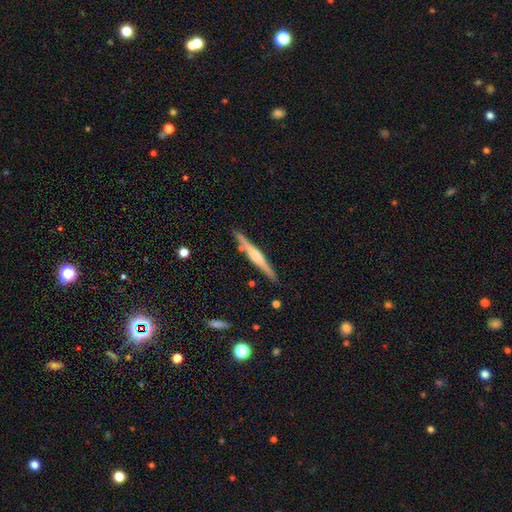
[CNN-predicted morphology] The model was most divided on "edge-on bulge": rounded: 52%, boxy: 30%, none: 17%. More confident: edge-on disk — yes (98%); merging — none (86%); smooth or featured — featured or disk (66%).